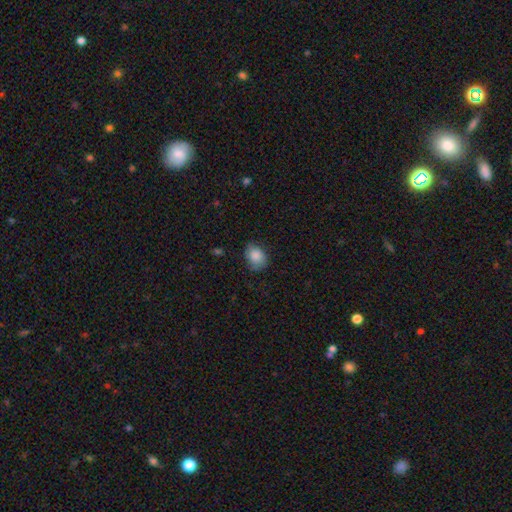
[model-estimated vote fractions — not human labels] Overall: smooth (85%). How rounded: in between (60%; round 39%). Merging: none (70%).